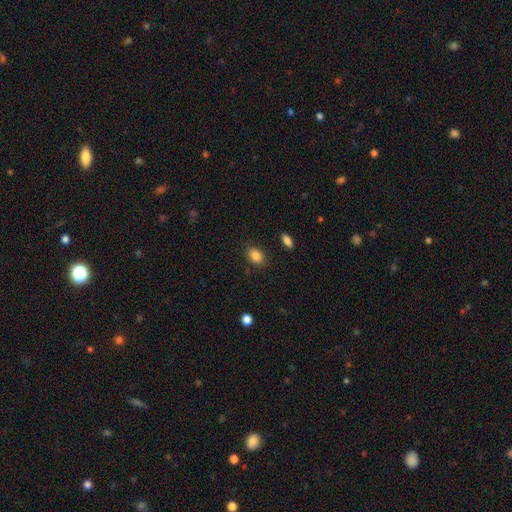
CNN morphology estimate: Overall: smooth (86%). How rounded: in between (74%). Merging: none (85%).